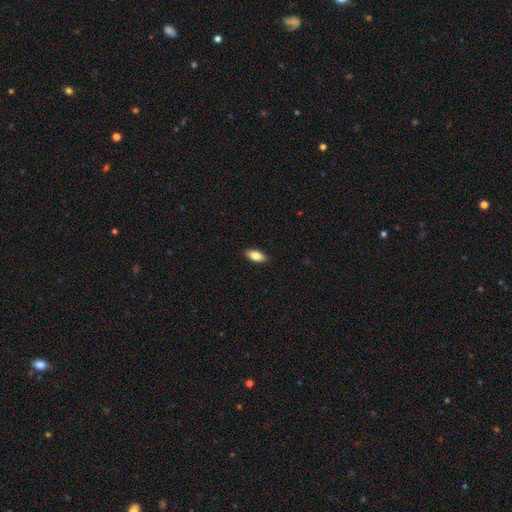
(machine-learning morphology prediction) This is clearly a smooth galaxy (81%). How rounded: clearly in between (87%). Merging: clearly none (90%).